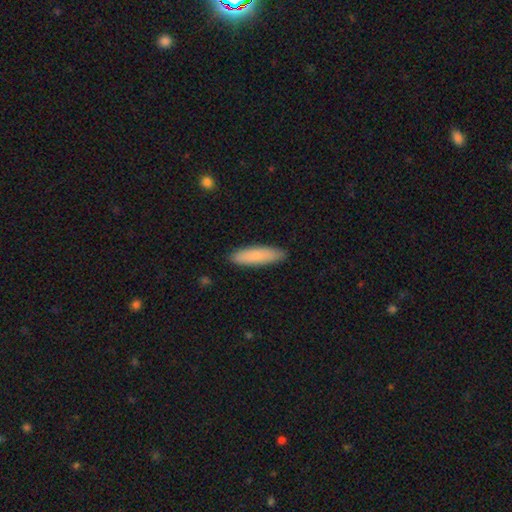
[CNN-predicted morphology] Smooth or featured: smooth — 82% (featured or disk — 12%)
How rounded: cigar-shaped — 65% (in between — 34%)
Merging: none — 88% (minor disturbance — 9%)